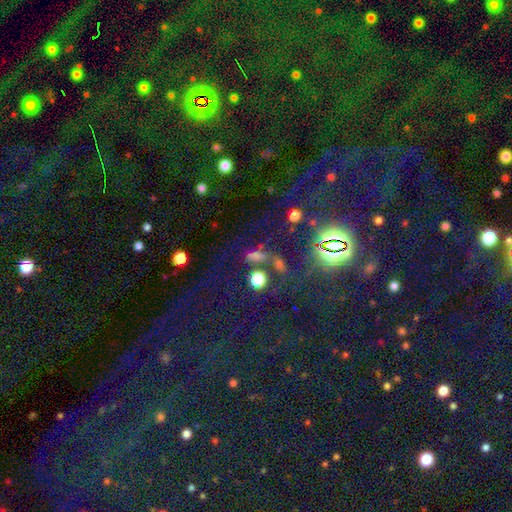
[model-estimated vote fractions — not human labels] A star or artifact, not a galaxy (53%).